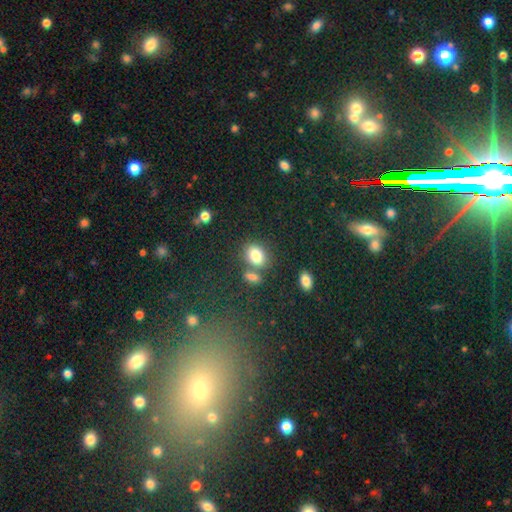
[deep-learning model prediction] The model was most divided on "merging": none: 58%, merger: 25%, minor disturbance: 13%, major disturbance: 5%. More confident: smooth or featured — smooth (81%); how rounded — in between (69%).